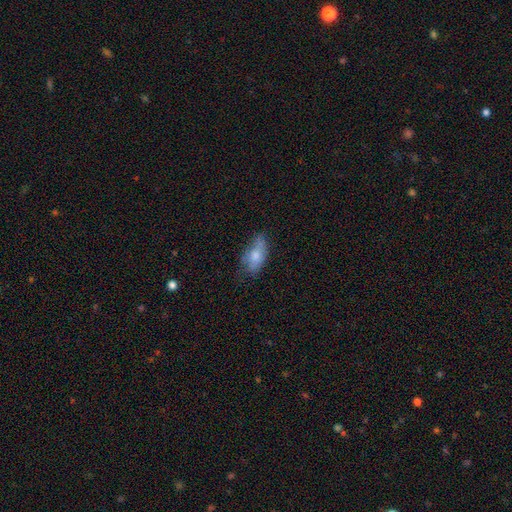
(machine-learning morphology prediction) smooth-or-featured: smooth: 70% | featured or disk: 23% | star or artifact: 8%
  how-rounded: in between: 88% | cigar-shaped: 8% | round: 4%
  merging: none: 52% | minor disturbance: 34% | major disturbance: 12% | merger: 2%